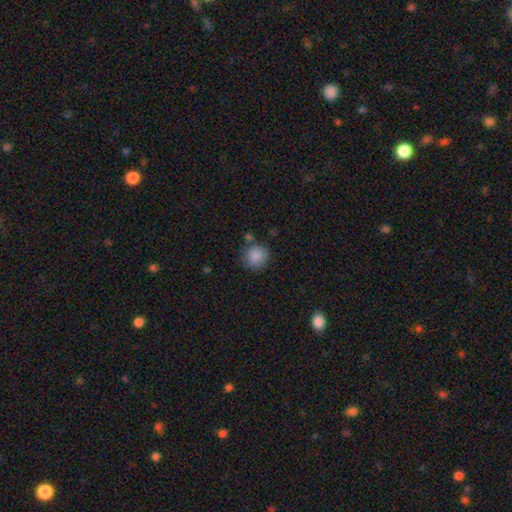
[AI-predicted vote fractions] Smooth or featured? smooth (87%)
How rounded? round (89%)
Merging? none (76%)